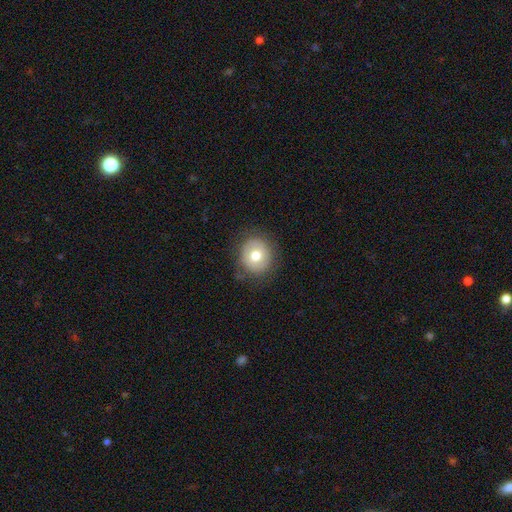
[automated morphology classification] type=smooth (71%); roundness=round (85%); merging=none (82%).